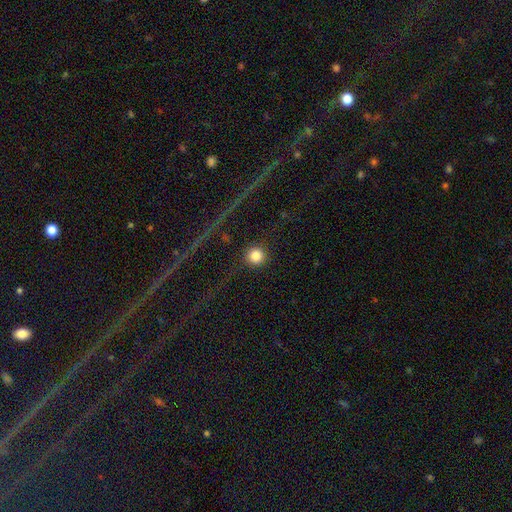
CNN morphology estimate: The model was most divided on "smooth or featured": smooth: 78%, star or artifact: 13%, featured or disk: 9%. More confident: how rounded — round (96%); merging — none (87%).